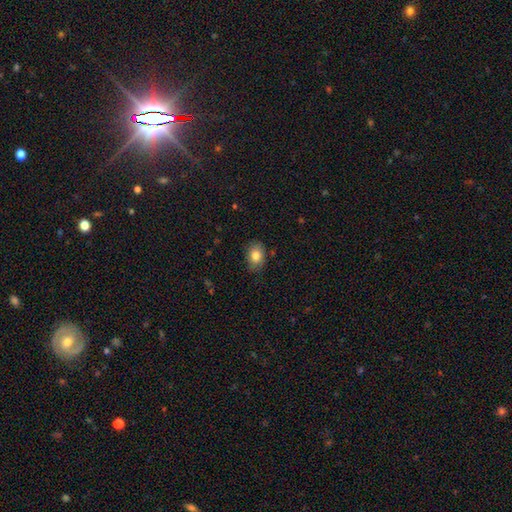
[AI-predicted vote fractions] smooth_or_featured: smooth (p=0.83) [alt: featured or disk p=0.09]
how_rounded: in between (p=0.77) [alt: round p=0.22]
merging: none (p=0.80) [alt: minor disturbance p=0.16]